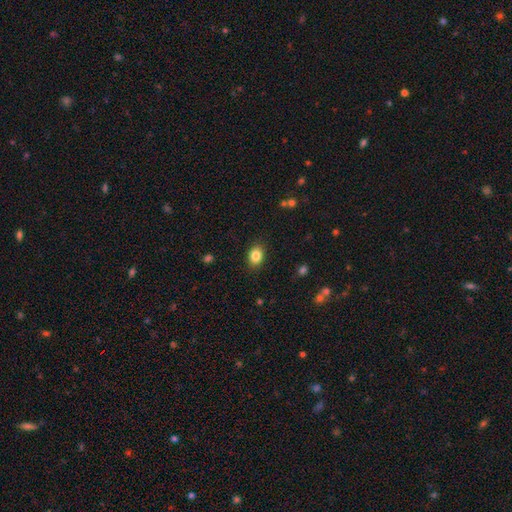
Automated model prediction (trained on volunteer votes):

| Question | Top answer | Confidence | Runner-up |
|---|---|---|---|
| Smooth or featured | smooth | 85% | star or artifact (9%) |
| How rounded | in between | 71% | round (28%) |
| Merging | none | 87% | minor disturbance (9%) |